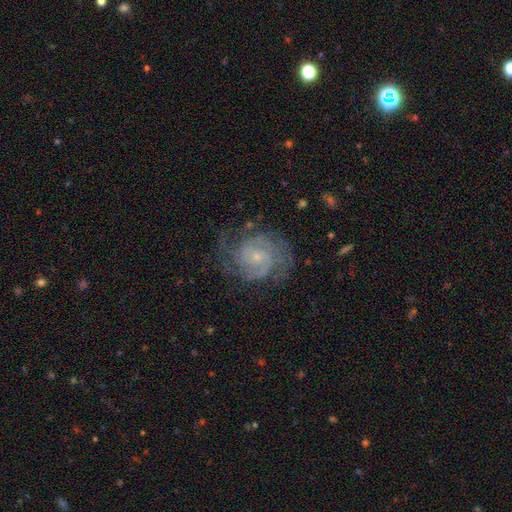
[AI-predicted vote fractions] Morphology: type=featured or disk (83%); edge-on=no (98%); bar=no (69%); spiral arms=yes (95%); winding=tight (58%); arm count=2 (47%); bulge=small (75%); merging=none (69%).